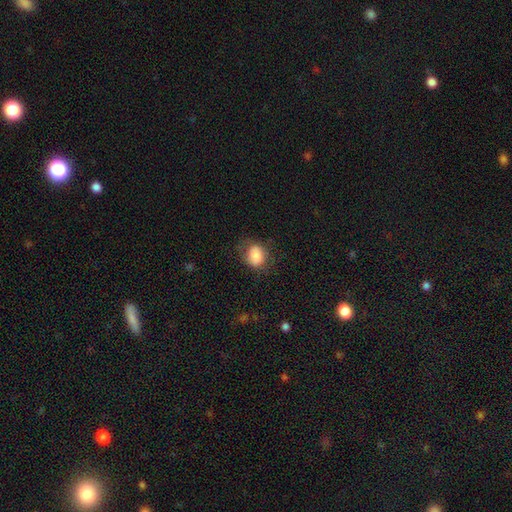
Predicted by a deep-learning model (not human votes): Smooth or featured? smooth (82%)
How rounded? round (53%)
Merging? none (69%)